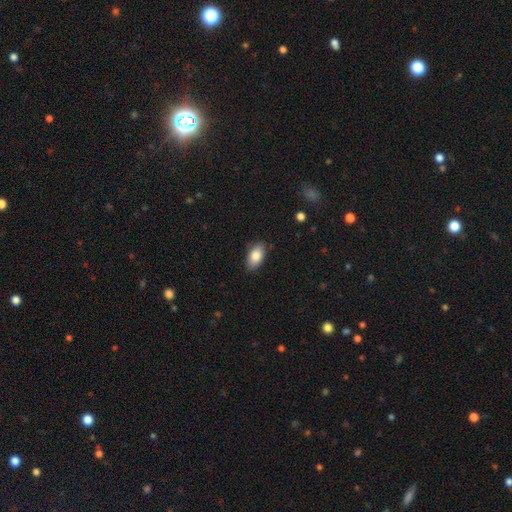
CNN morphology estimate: This appears to be a smooth galaxy with no disk features (84%) that is in between round and cigar-shaped (93%). Merging: none (85%).